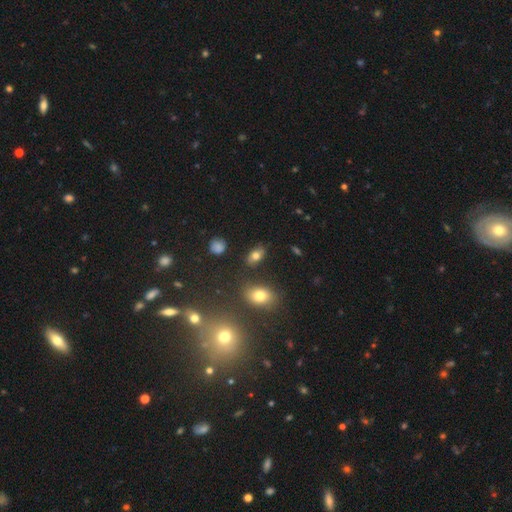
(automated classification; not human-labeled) Smooth or featured?
  - smooth: 73% *
  - featured or disk: 14%
  - star or artifact: 12%
How rounded?
  - in between: 87% *
  - round: 9%
  - cigar-shaped: 4%
Merging?
  - none: 80% *
  - minor disturbance: 12%
  - merger: 4%
  - major disturbance: 4%